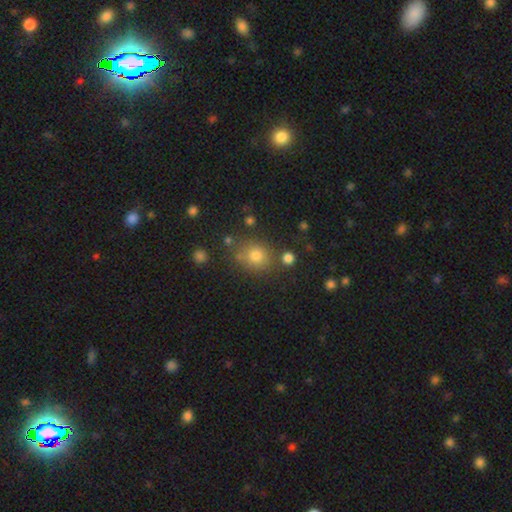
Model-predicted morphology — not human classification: Smooth or featured? Predicted: smooth (p=0.76). How rounded? Predicted: round (p=0.74). Merging? Predicted: none (p=0.73).